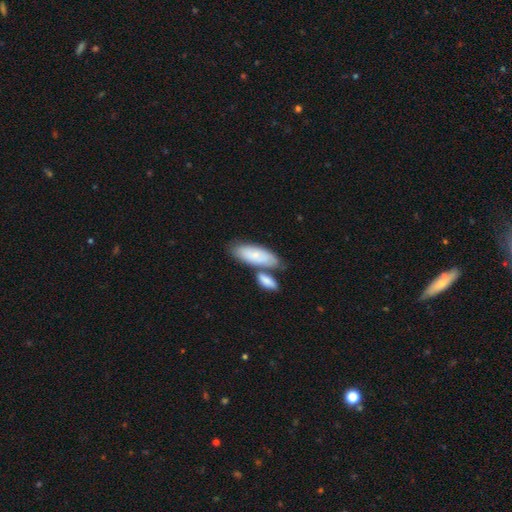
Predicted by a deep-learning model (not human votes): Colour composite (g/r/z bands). It shows a smooth galaxy with no disk features (71%) that is in between round and cigar-shaped (76%). Merging: none (45%).